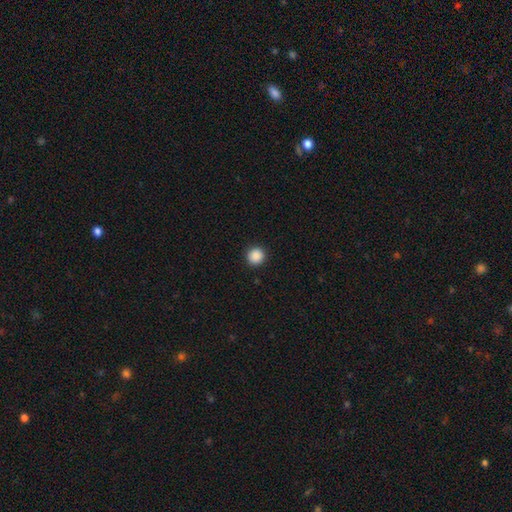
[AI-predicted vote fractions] Overall: smooth (89%). How rounded: round (95%). Merging: none (93%).